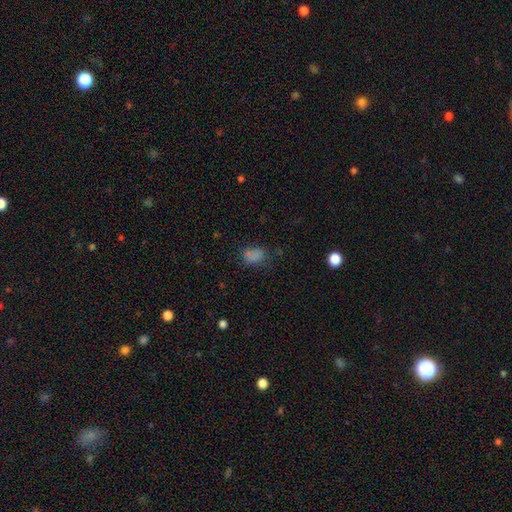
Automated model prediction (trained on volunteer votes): This appears to be a smooth galaxy with no disk features (73%) that is in between round and cigar-shaped (77%). Merging: none (63%).